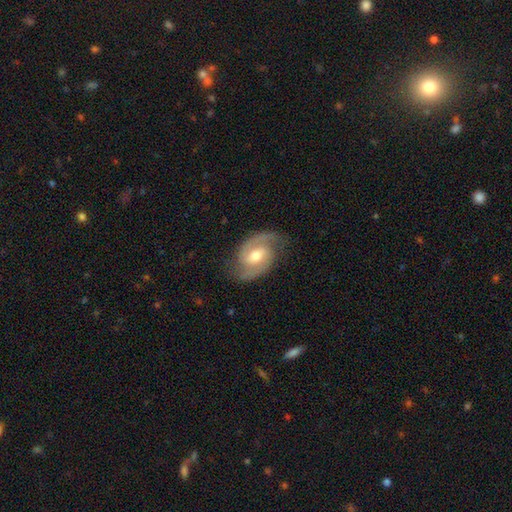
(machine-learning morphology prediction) This appears to be a featured or disk galaxy (88%) with a weak bar (49%), 2 (92%) medium (55%) spiral arms (97%) and a moderate central bulge (71%). Merging: none (79%).